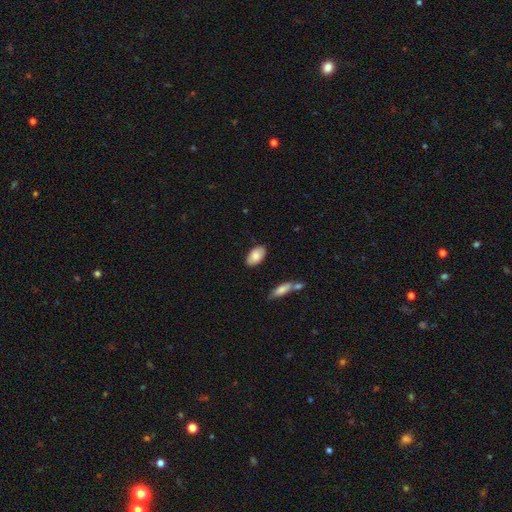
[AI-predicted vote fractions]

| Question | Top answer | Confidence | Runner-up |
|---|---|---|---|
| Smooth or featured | smooth | 84% | featured or disk (10%) |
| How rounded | in between | 94% | round (4%) |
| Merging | none | 84% | minor disturbance (11%) |